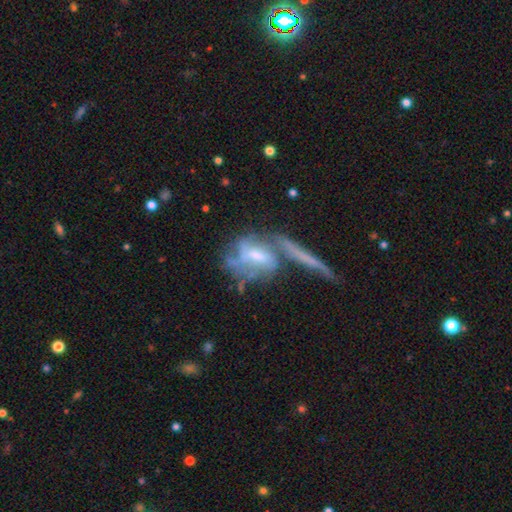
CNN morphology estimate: The model was most divided on "spiral arms": yes: 51%, no: 49%. Remaining: edge-on disk — no (88%); smooth or featured — featured or disk (62%); bar — no (43%); bulge size — moderate (43%); merging — merger (34%).